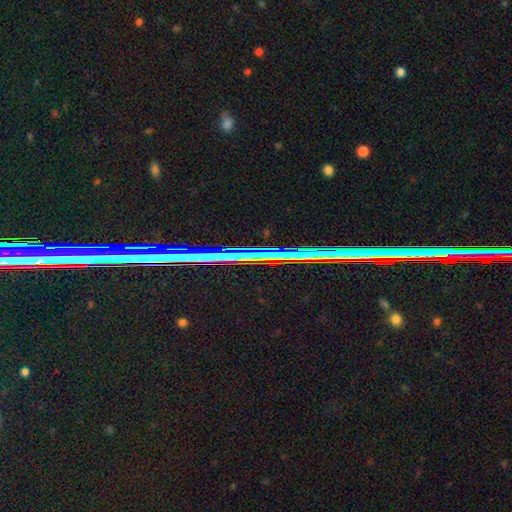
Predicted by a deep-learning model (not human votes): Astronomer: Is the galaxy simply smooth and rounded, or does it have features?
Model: star or artifact — 77%.